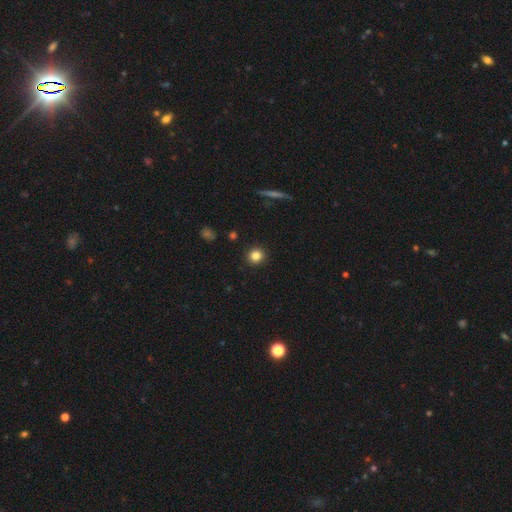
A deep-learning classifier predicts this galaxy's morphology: smooth_or_featured: smooth (p=0.83) [alt: star or artifact p=0.11]
how_rounded: round (p=0.93) [alt: in between p=0.06]
merging: none (p=0.92) [alt: minor disturbance p=0.05]